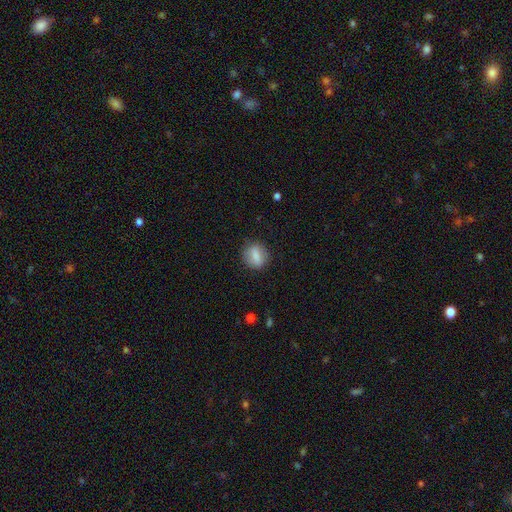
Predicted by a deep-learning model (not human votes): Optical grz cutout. It shows a smooth galaxy with no disk features (76%) that is round (60%). Merging: none (84%).